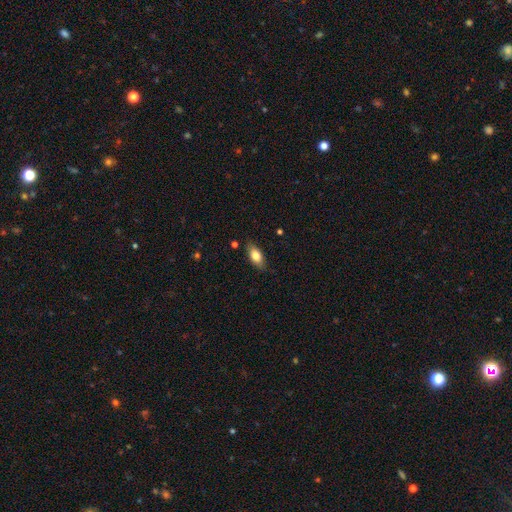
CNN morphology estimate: A smooth galaxy with no disk features (77%) that is in between round and cigar-shaped (86%).

Vote fractions:
- Smooth or featured? smooth: 77% / featured or disk: 15% / star or artifact: 7%
- How rounded? in between: 86% / cigar-shaped: 9% / round: 4%
- Merging? none: 82% / minor disturbance: 14% / major disturbance: 3% / merger: 2%